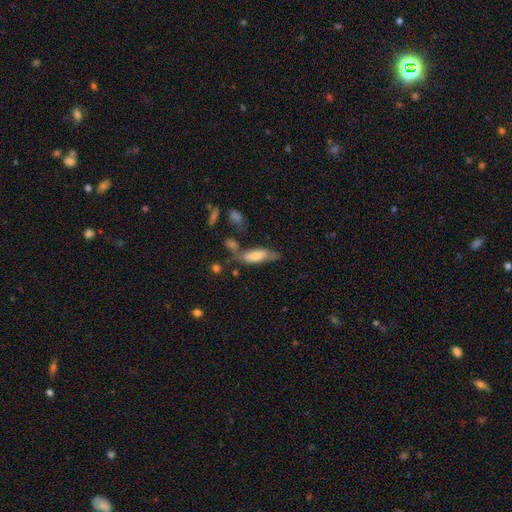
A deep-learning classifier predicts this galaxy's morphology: type=smooth (48%); merging=none (51%).